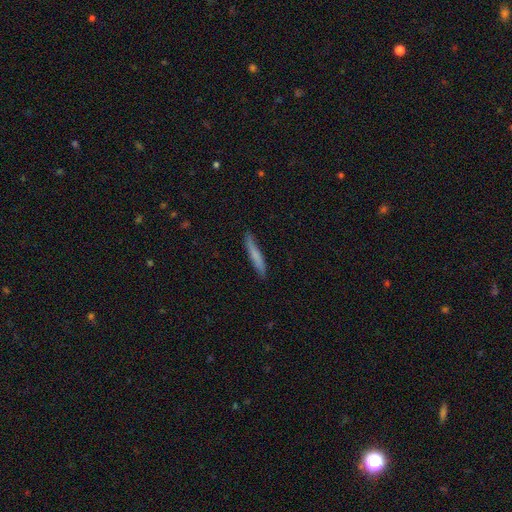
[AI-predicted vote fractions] smooth_or_featured: smooth (p=0.69) [alt: featured or disk p=0.25]
how_rounded: cigar-shaped (p=0.95) [alt: in between p=0.04]
merging: none (p=0.85) [alt: minor disturbance p=0.12]